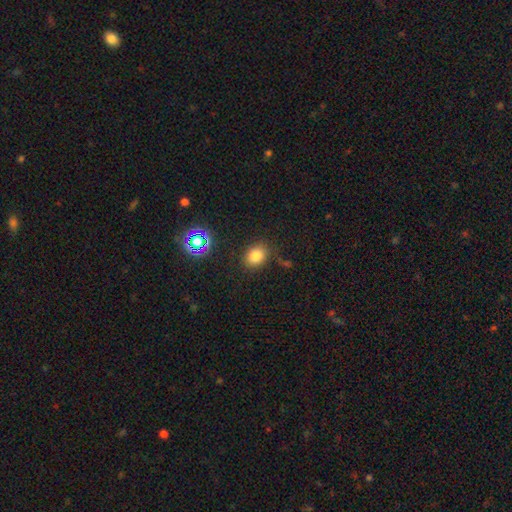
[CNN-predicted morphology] Smooth or featured? Predicted: smooth (p=0.78). How rounded? Predicted: in between (p=0.55). Merging? Predicted: none (p=0.80).